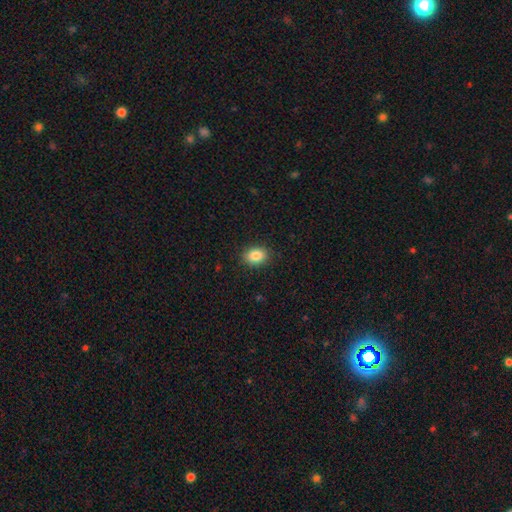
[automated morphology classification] Smooth or featured: smooth — 86% (star or artifact — 9%)
How rounded: in between — 71% (round — 28%)
Merging: none — 89% (minor disturbance — 8%)